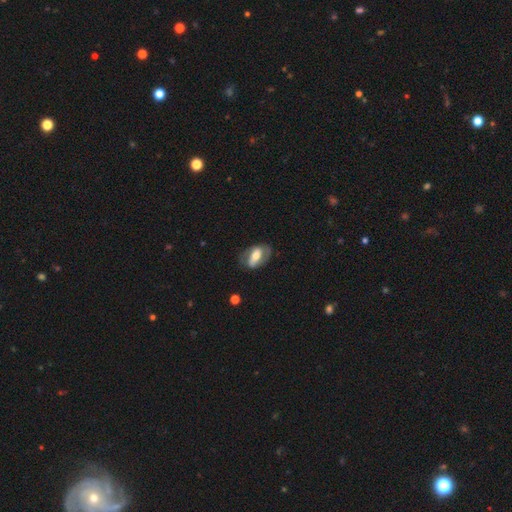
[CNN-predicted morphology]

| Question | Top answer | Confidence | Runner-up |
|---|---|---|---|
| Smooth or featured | featured or disk | 63% | smooth (31%) |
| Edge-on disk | no | 93% | yes (7%) |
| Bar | strong | 48% | weak (28%) |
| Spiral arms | yes | 70% | no (30%) |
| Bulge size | moderate | 56% | small (22%) |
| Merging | none | 69% | minor disturbance (19%) |